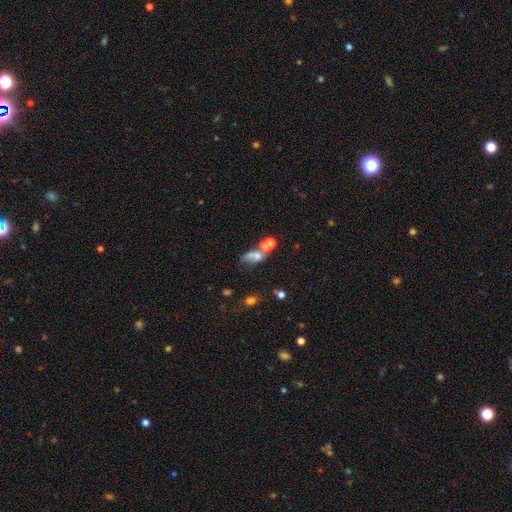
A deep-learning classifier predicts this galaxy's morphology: Smooth or featured? Predicted: smooth (p=0.49). Merging? Predicted: merger (p=0.39).